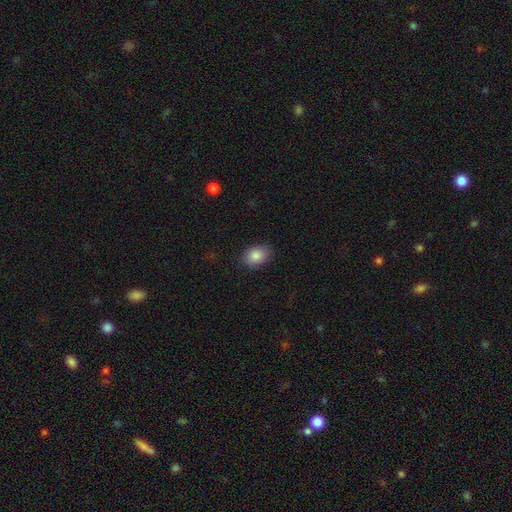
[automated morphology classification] smooth-or-featured: smooth: 87% | star or artifact: 8% | featured or disk: 6%
  how-rounded: in between: 77% | round: 22% | cigar-shaped: 1%
  merging: none: 85% | minor disturbance: 12% | major disturbance: 3% | merger: 1%